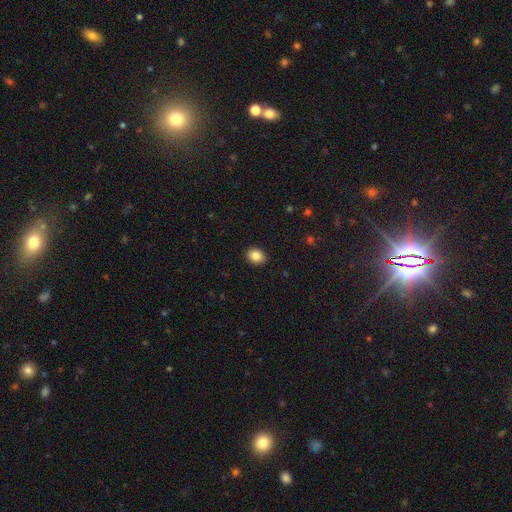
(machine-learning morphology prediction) This is clearly a smooth galaxy (85%). How rounded: possibly round (52%). Merging: clearly none (91%).